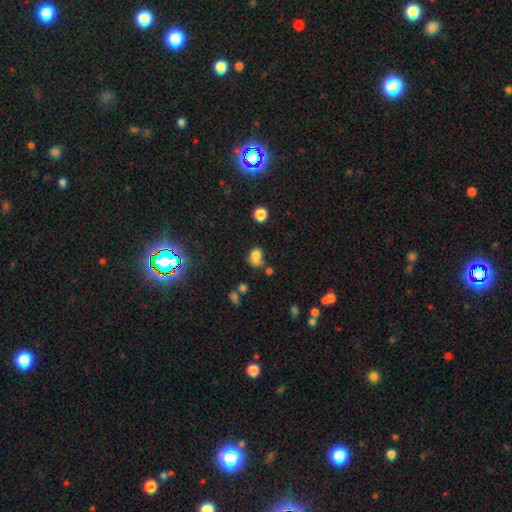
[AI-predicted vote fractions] Smooth or featured? Predicted: smooth (p=0.74). How rounded? Predicted: in between (p=0.50). Merging? Predicted: none (p=0.38).